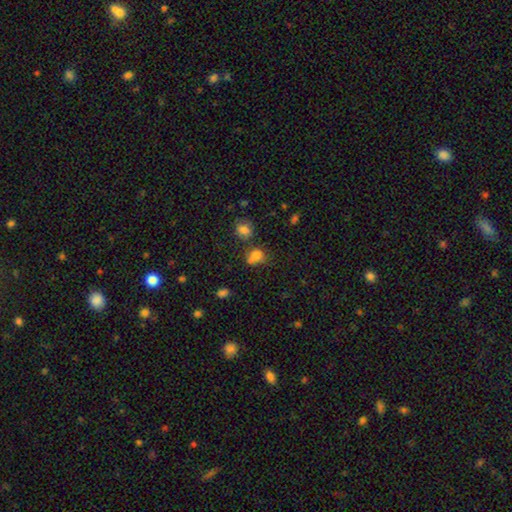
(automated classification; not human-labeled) Smooth or featured? Predicted: smooth (p=0.76). How rounded? Predicted: in between (p=0.49, tied with round). Merging? Predicted: none (p=0.44).